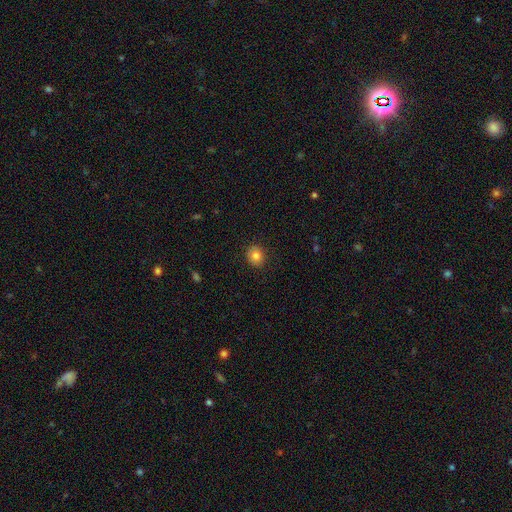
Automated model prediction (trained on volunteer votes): This appears to be a smooth galaxy with no disk features (83%) that is round (72%). Merging: none (89%).